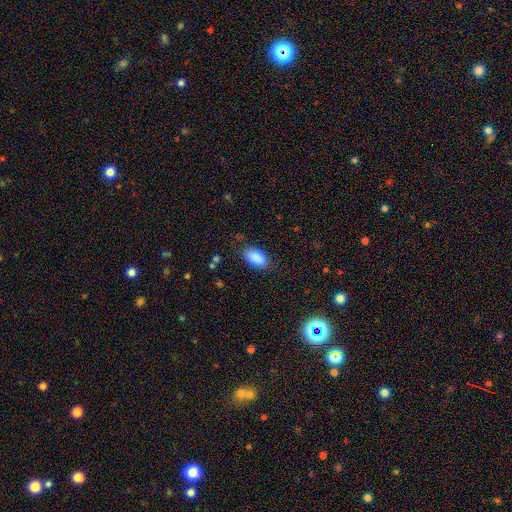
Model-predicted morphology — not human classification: Smooth or featured? smooth (89%)
How rounded? in between (94%)
Merging? none (81%)